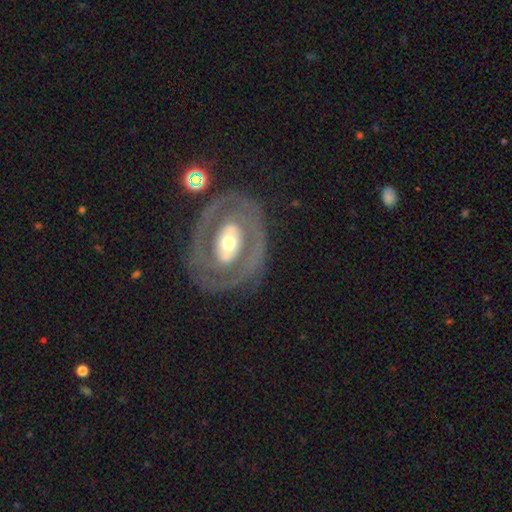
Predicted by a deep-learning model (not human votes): A featured or disk galaxy (78%) with no bar (45%), no spiral arms (50%, tied with yes) and a moderate central bulge (58%).

Vote fractions:
- Smooth or featured? featured or disk: 78% / smooth: 17% / star or artifact: 5%
- Edge-on disk? no: 94% / yes: 6%
- Bar? no: 45% / weak: 29% / strong: 27%
- Spiral arms? no: 50% (tied) / yes: 50% (tied)
- Bulge size? moderate: 58% / small: 30% / large: 9% / dominant: 2% / none: 1%
- Merging? none: 75% / minor disturbance: 14% / major disturbance: 8% / merger: 3%